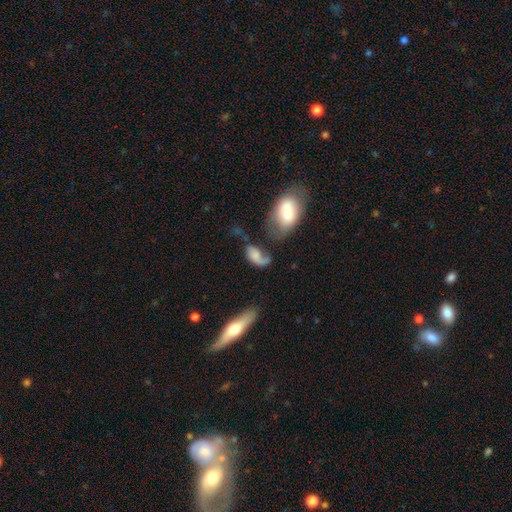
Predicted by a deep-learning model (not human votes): A smooth galaxy with no disk features (51%) that is in between round and cigar-shaped (86%). Merging: major disturbance (33%).